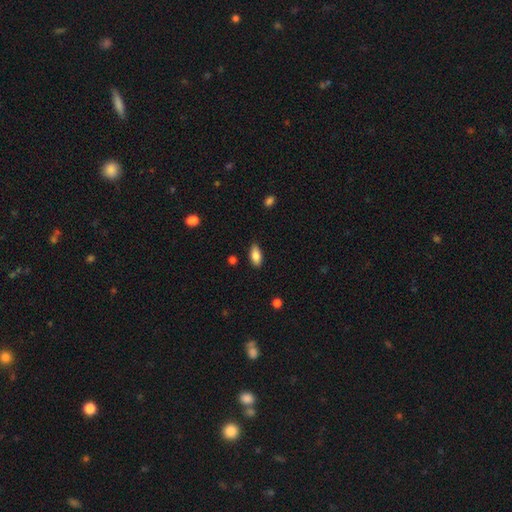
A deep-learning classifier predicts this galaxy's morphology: A smooth galaxy with no disk features (84%) that is in between round and cigar-shaped (88%).

Vote fractions:
- Smooth or featured? smooth: 84% / featured or disk: 9% / star or artifact: 7%
- How rounded? in between: 88% / cigar-shaped: 10% / round: 2%
- Merging? none: 84% / minor disturbance: 13% / major disturbance: 2% / merger: 1%